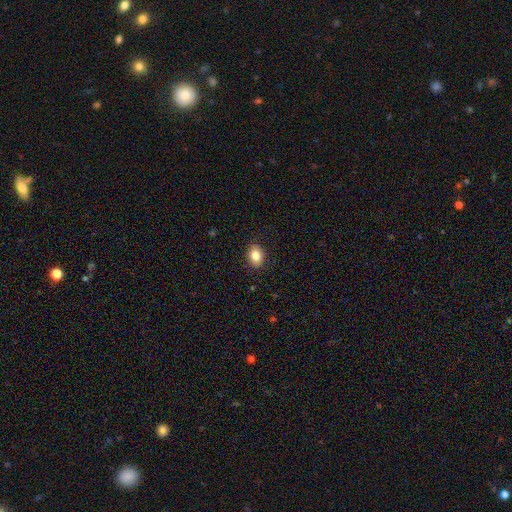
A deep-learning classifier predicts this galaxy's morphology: Smooth or featured? smooth (85%)
How rounded? in between (73%)
Merging? none (89%)